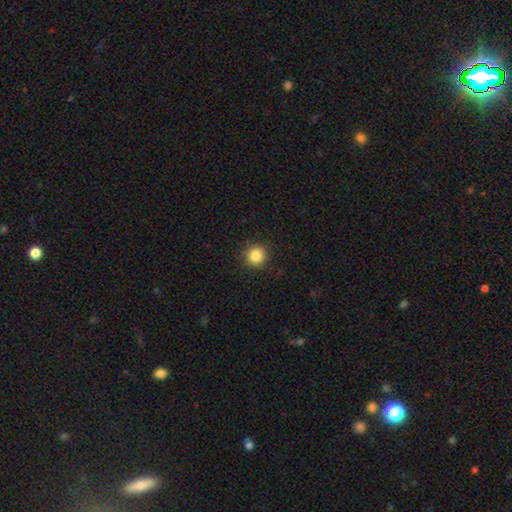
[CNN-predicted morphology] smooth 85%, star or artifact 10%, featured or disk 4%. Down the decision tree: how rounded — round (94%); merging — none (91%).